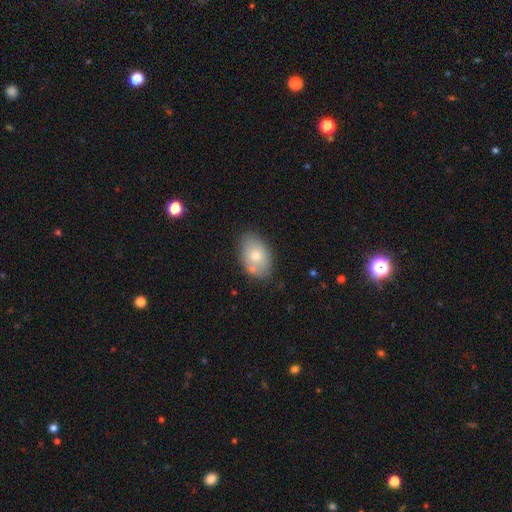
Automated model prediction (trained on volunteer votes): smooth-or-featured: smooth: 70% | featured or disk: 22% | star or artifact: 8%
  how-rounded: in between: 87% | round: 11% | cigar-shaped: 1%
  merging: none: 74% | minor disturbance: 16% | merger: 7% | major disturbance: 3%